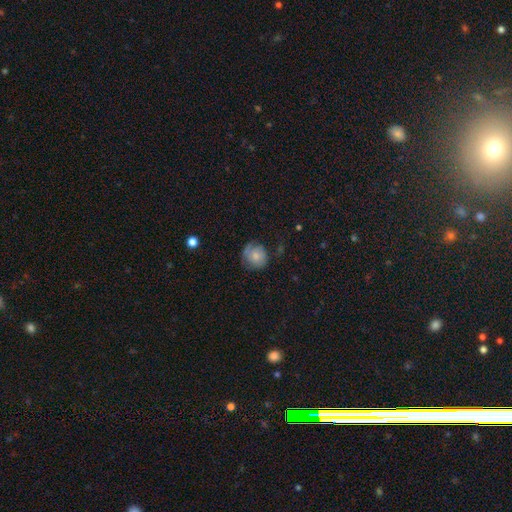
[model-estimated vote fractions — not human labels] A smooth galaxy with no disk features (63%) that is round (85%). Merging: none (57%).